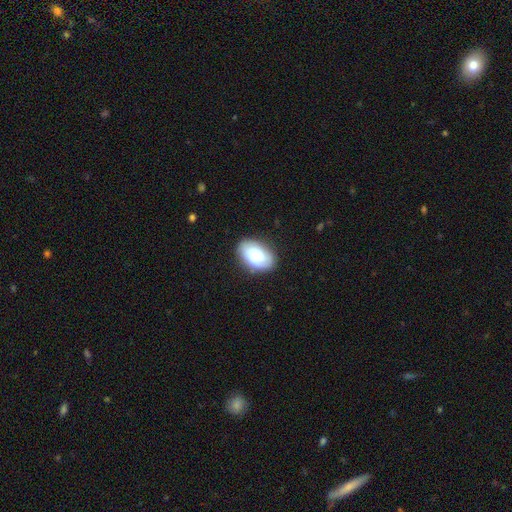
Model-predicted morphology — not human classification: The model was most divided on "smooth or featured": smooth: 77%, featured or disk: 17%, star or artifact: 7%. More confident: how rounded — in between (92%); merging — none (83%).